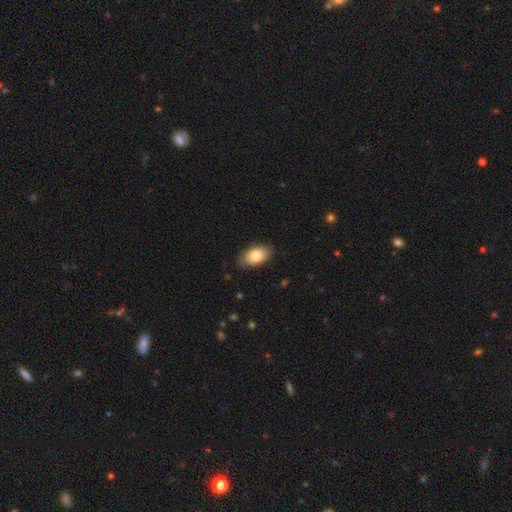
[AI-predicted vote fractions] Morphology: type=smooth (77%); roundness=in between (93%); merging=none (81%).